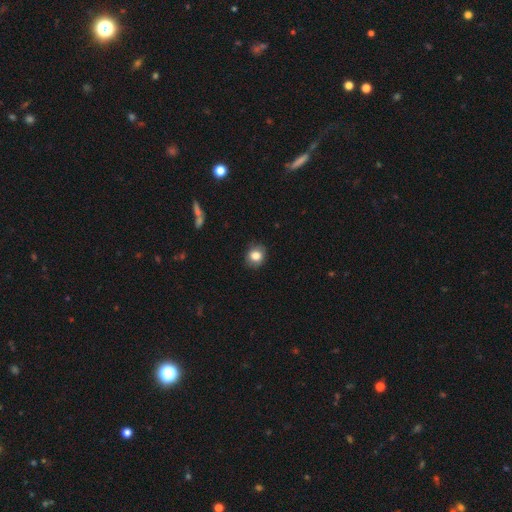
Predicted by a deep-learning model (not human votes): smooth-or-featured: smooth: 80% | featured or disk: 11% | star or artifact: 9%
  how-rounded: round: 70% | in between: 29% | cigar-shaped: 1%
  merging: none: 83% | minor disturbance: 13% | major disturbance: 3% | merger: 1%